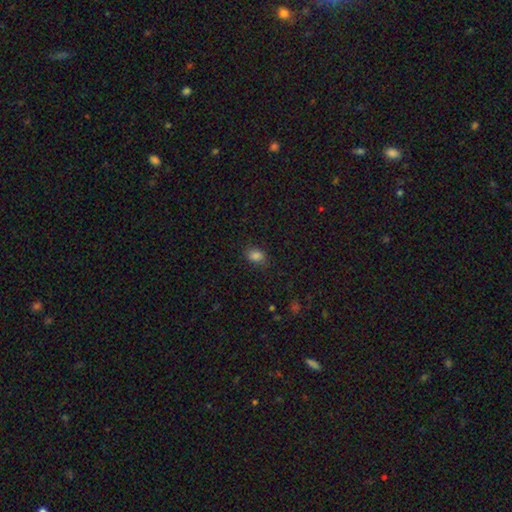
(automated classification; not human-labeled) Smooth or featured: smooth — 84% (star or artifact — 12%)
How rounded: in between — 69% (round — 30%)
Merging: none — 80% (minor disturbance — 15%)